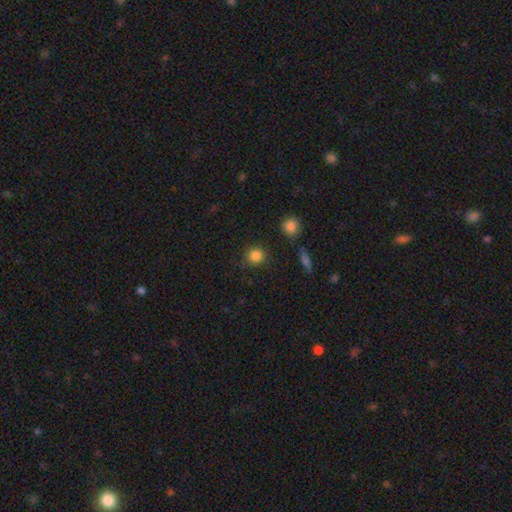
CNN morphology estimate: Smooth or featured: smooth — 85% (star or artifact — 11%)
How rounded: round — 89% (in between — 10%)
Merging: none — 85% (minor disturbance — 9%)